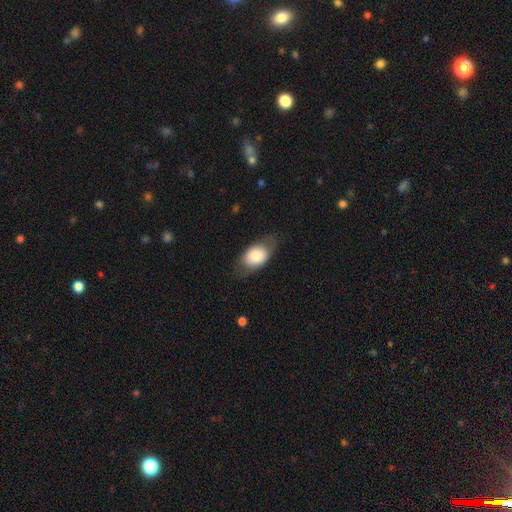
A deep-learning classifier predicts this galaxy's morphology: type=smooth (73%); roundness=in between (82%); merging=none (72%).